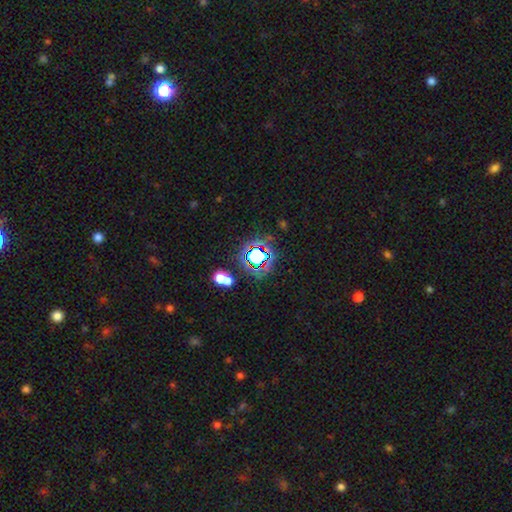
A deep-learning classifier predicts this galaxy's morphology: smooth-or-featured: star or artifact: 60% | smooth: 26% | featured or disk: 14%